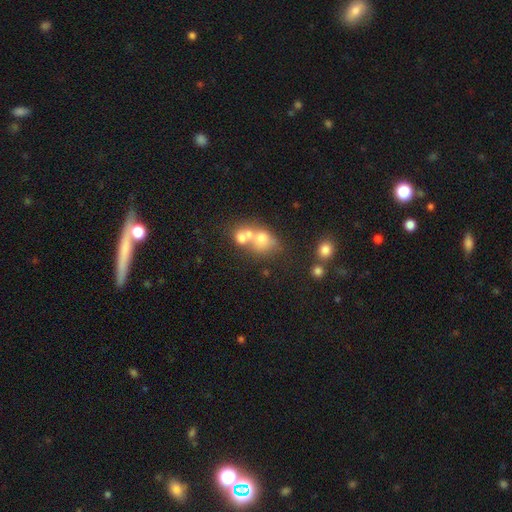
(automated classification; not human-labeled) Overall: smooth (50%; star or artifact 33%). How rounded: round (53%; in between 39%). Merging: none (45%; merger 42%).